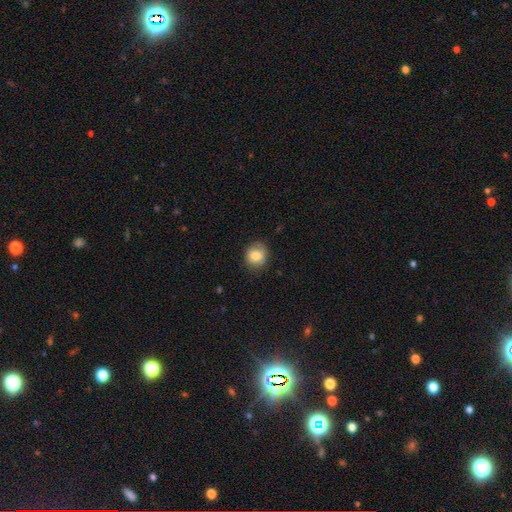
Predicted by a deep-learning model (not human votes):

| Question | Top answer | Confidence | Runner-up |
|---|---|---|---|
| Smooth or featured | smooth | 81% | featured or disk (10%) |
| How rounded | round | 79% | in between (20%) |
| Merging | none | 78% | minor disturbance (17%) |